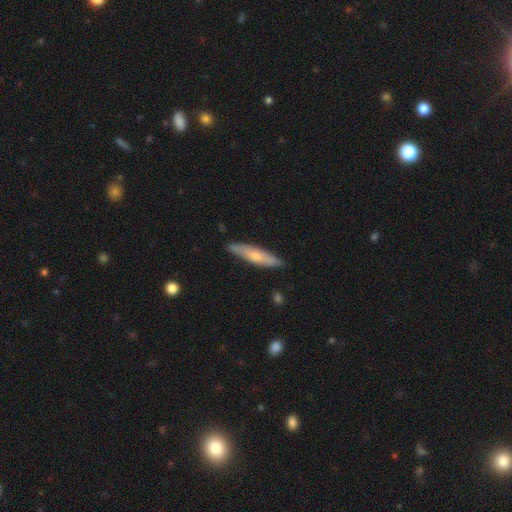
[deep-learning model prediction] Smooth or featured: smooth — 54% (featured or disk — 41%)
How rounded: cigar-shaped — 81% (in between — 18%)
Merging: none — 84% (minor disturbance — 13%)